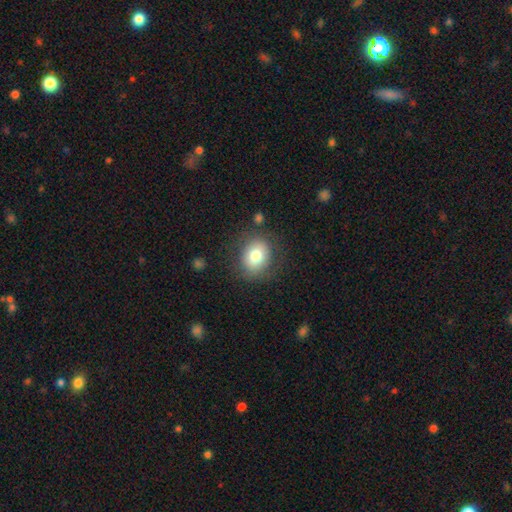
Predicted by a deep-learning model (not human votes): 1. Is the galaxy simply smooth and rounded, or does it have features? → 75% smooth, 15% featured or disk, 10% star or artifact.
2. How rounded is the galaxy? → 60% round, 39% in between, 1% cigar-shaped.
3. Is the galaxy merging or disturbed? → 80% none, 12% minor disturbance, 5% major disturbance, 2% merger.